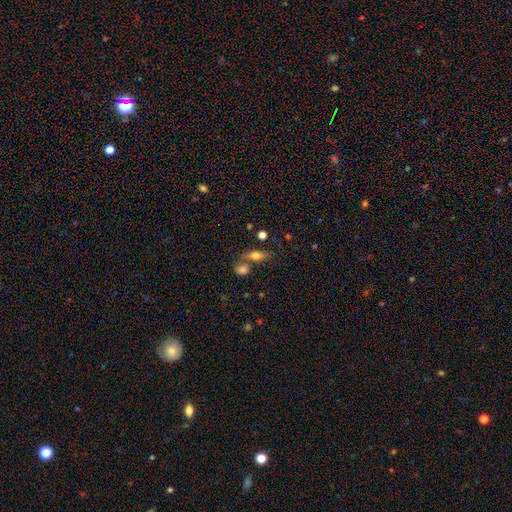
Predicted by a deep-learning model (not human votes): smooth_or_featured: smooth (p=0.65) [alt: featured or disk p=0.25]
how_rounded: in between (p=0.71) [alt: cigar-shaped p=0.20]
merging: none (p=0.49) [alt: merger p=0.32]